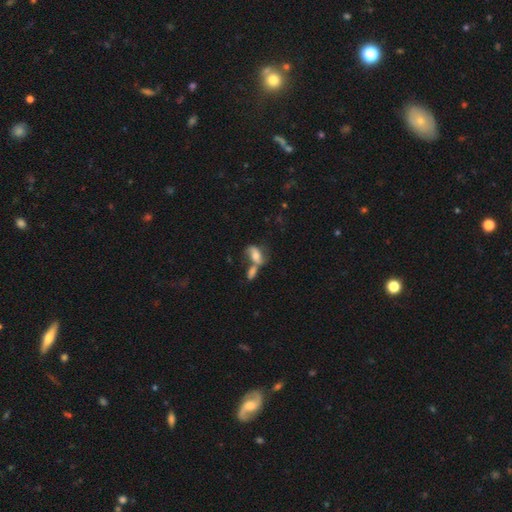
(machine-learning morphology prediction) Smooth or featured: featured or disk — 46% (smooth — 44%)
Merging: merger — 48% (none — 29%)